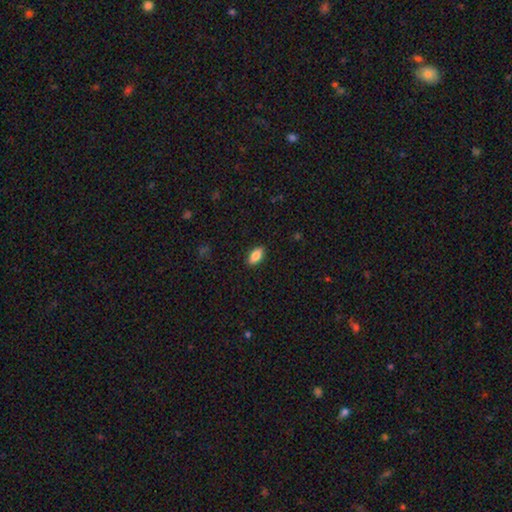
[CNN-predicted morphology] A smooth galaxy with no disk features (86%) that is in between round and cigar-shaped (91%). Merging: none (90%).